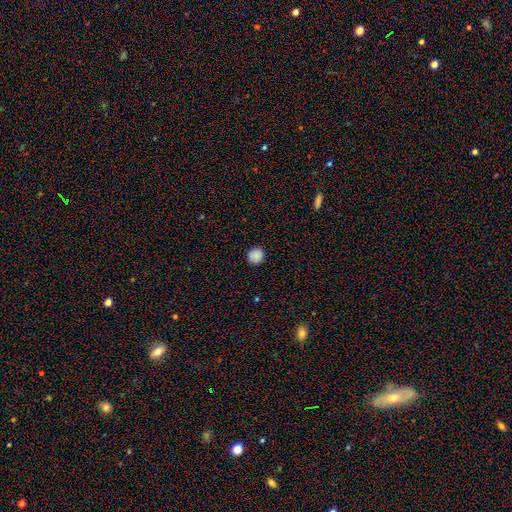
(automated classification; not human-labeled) Overall: smooth (86%). How rounded: round (91%). Merging: none (89%).